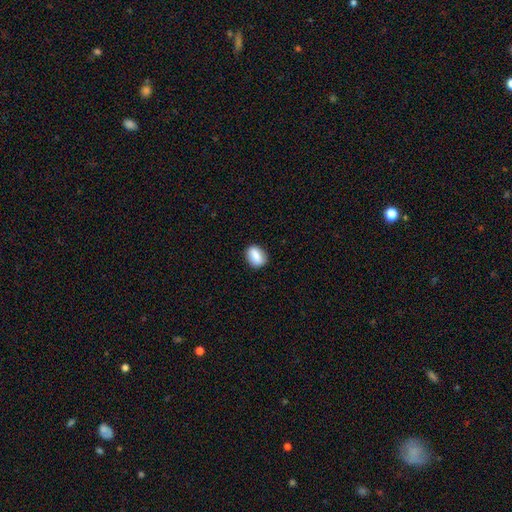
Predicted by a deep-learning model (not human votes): This is clearly a smooth galaxy (82%). How rounded: likely in between (66%). Merging: clearly none (87%).